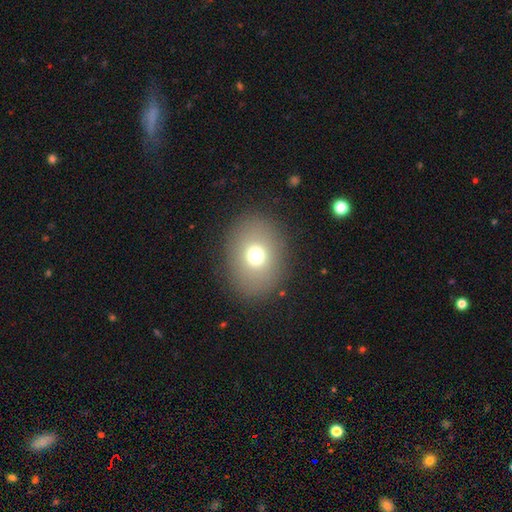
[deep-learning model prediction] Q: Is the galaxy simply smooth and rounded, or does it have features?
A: smooth — 71%.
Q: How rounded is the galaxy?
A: in between — 56%.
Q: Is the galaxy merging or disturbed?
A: none — 87%.